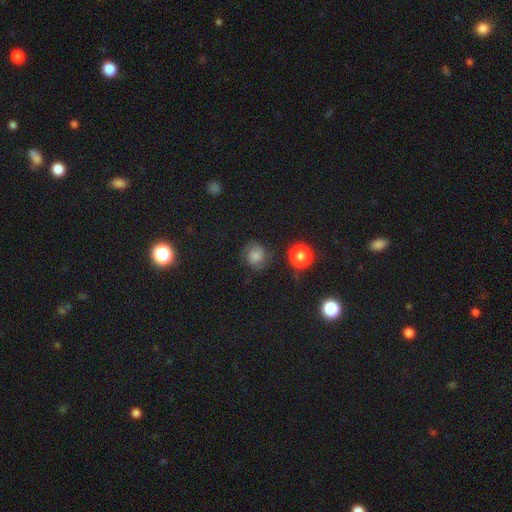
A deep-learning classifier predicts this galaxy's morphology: Smooth or featured? smooth (49%)
Merging? none (73%)